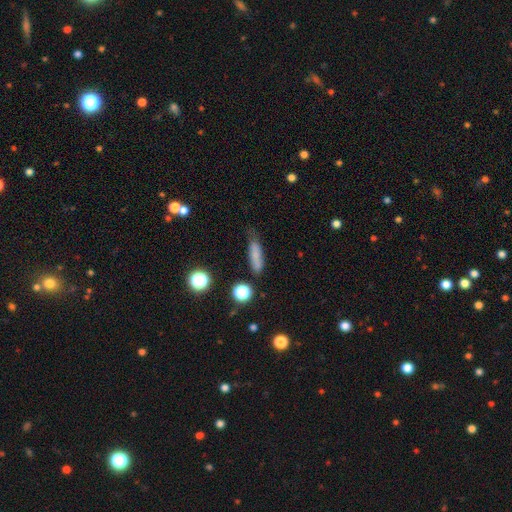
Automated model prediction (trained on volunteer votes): Morphology: type=smooth (75%); roundness=cigar-shaped (58%); merging=none (61%).